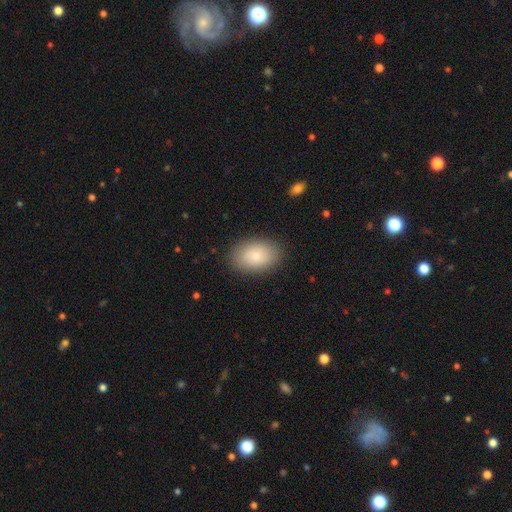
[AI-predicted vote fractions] smooth-or-featured: smooth: 81% | featured or disk: 12% | star or artifact: 7%
  how-rounded: in between: 86% | round: 13% | cigar-shaped: 1%
  merging: none: 86% | minor disturbance: 10% | major disturbance: 3% | merger: 1%